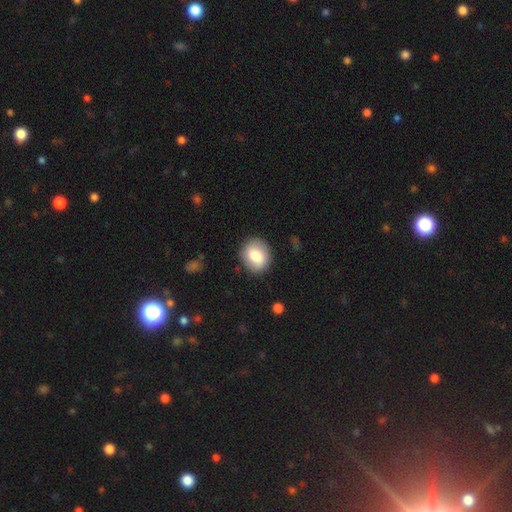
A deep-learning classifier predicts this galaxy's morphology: This appears to be a smooth galaxy with no disk features (78%) that is round (64%). Merging: none (85%).